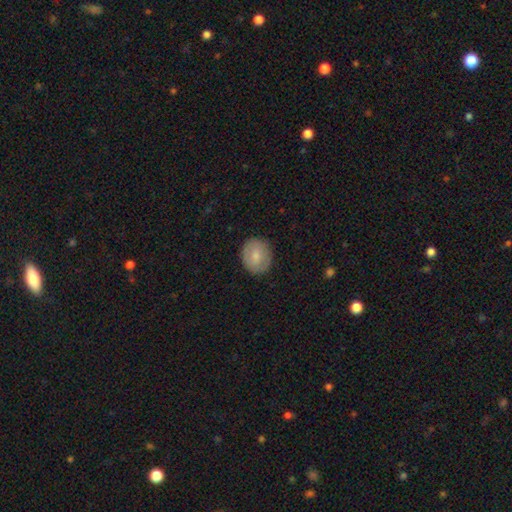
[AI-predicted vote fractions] Overall: smooth (75%). How rounded: round (65%; in between 34%). Merging: none (86%).